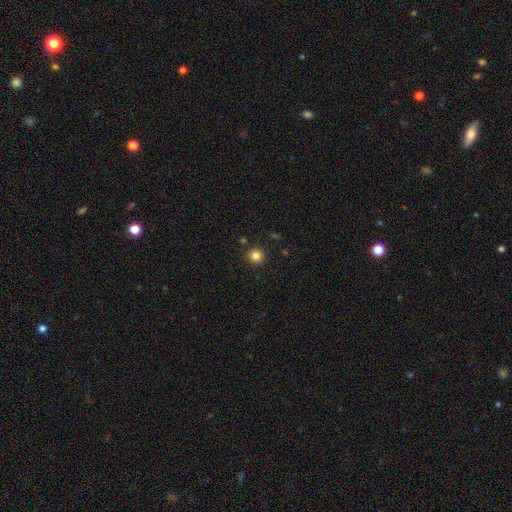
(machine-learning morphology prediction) A smooth galaxy with no disk features (83%) that is round (94%).

Vote fractions:
- Smooth or featured? smooth: 83% / star or artifact: 12% / featured or disk: 5%
- How rounded? round: 94% / in between: 5% / cigar-shaped: 1%
- Merging? none: 90% / minor disturbance: 6% / merger: 2% / major disturbance: 2%